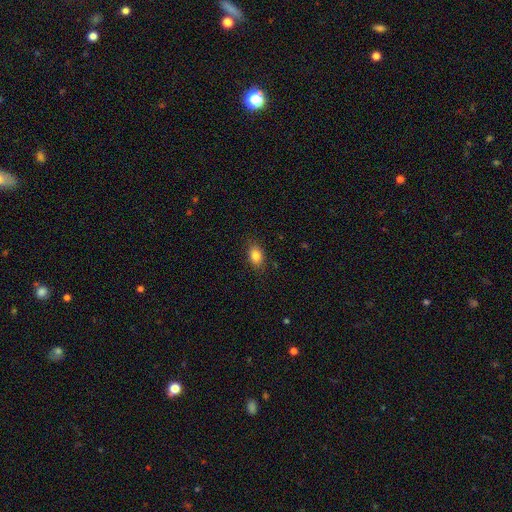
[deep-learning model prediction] Morphology: type=smooth (84%); roundness=in between (75%); merging=none (84%).